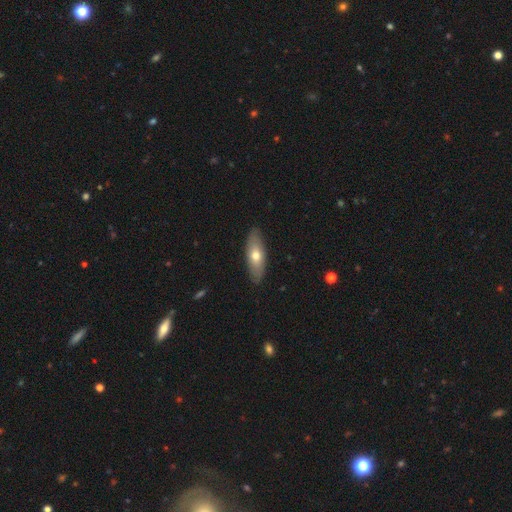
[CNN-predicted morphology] Q: Smooth or featured?
A: smooth (63%); runner-up: featured or disk (32%)
Q: How rounded?
A: in between (69%); runner-up: cigar-shaped (28%)
Q: Merging?
A: none (87%); runner-up: minor disturbance (10%)